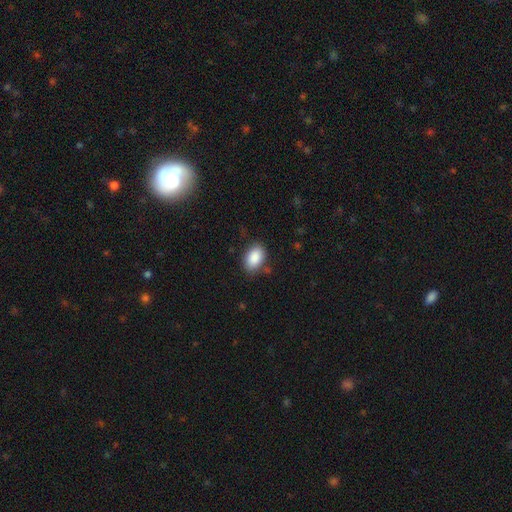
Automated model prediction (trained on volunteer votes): The model was most divided on "merging": none: 82%, minor disturbance: 13%, major disturbance: 3%, merger: 2%. More confident: how rounded — in between (89%); smooth or featured — smooth (88%).